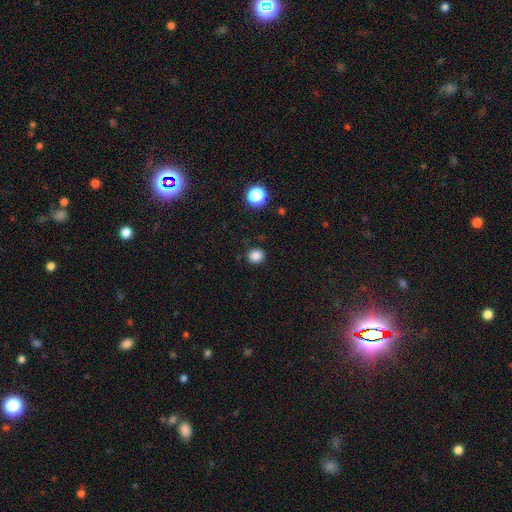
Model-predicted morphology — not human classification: A smooth galaxy with no disk features (85%) that is round (89%). Merging: none (90%).